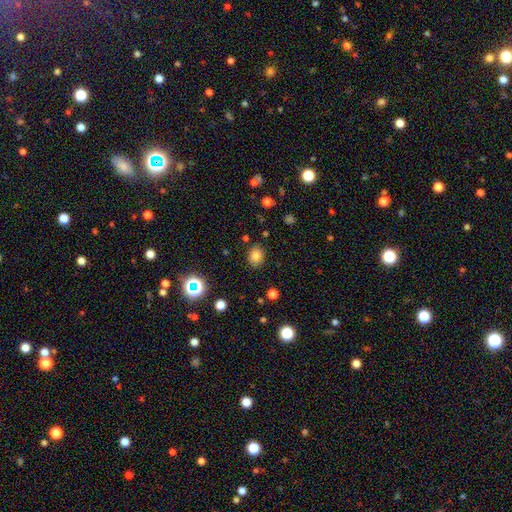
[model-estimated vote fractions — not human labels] The model was most divided on "how rounded": in between: 55%, round: 44%, cigar-shaped: 1%. More confident: merging — none (85%); smooth or featured — smooth (79%).